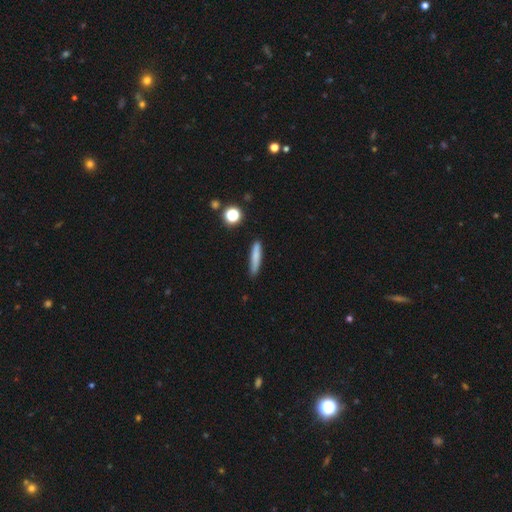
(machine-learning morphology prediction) Q: Smooth or featured?
A: smooth (77%); runner-up: featured or disk (15%)
Q: How rounded?
A: cigar-shaped (89%); runner-up: in between (9%)
Q: Merging?
A: none (82%); runner-up: minor disturbance (13%)